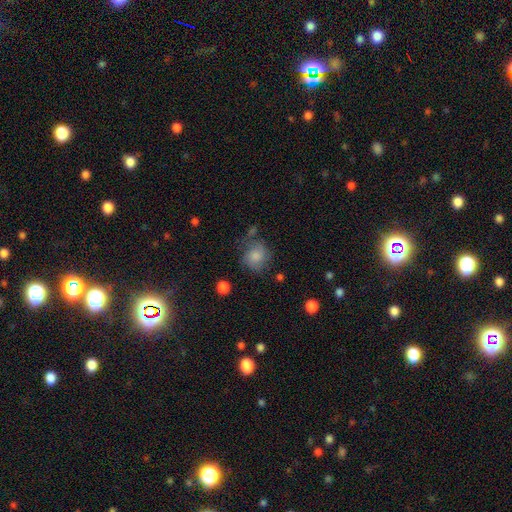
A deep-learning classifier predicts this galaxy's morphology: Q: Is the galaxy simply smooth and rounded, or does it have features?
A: smooth — 73%.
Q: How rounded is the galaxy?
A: round — 77%.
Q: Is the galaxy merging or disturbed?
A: none — 57%.